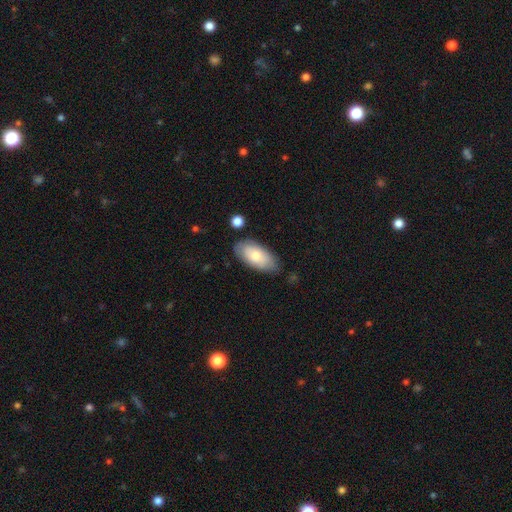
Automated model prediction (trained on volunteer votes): Overall: smooth (70%). How rounded: in between (92%). Merging: none (76%).